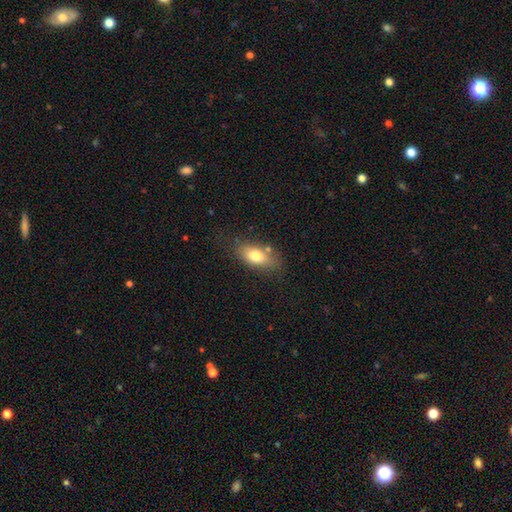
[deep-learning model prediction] A smooth galaxy with no disk features (75%) that is in between round and cigar-shaped (84%). Merging: none (69%).